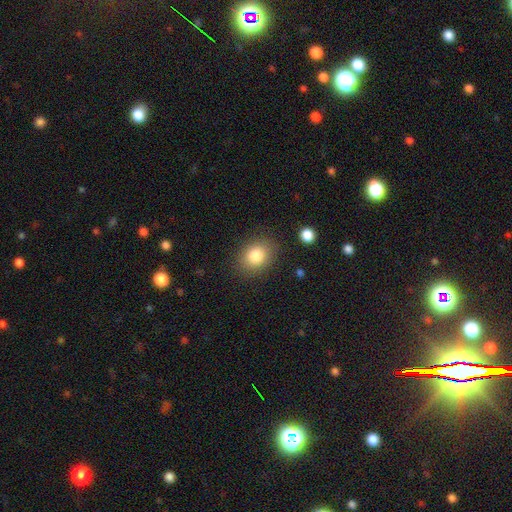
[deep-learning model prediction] Smooth or featured? smooth (83%)
How rounded? in between (53%)
Merging? none (85%)